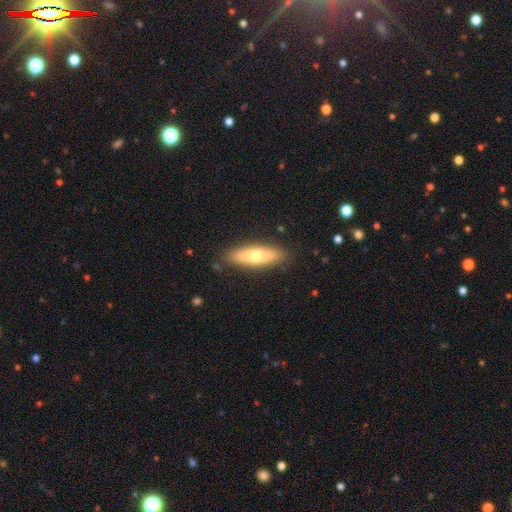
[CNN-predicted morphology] smooth 60%, featured or disk 34%, star or artifact 6%. Down the decision tree: how rounded — cigar-shaped (56%); merging — none (87%).